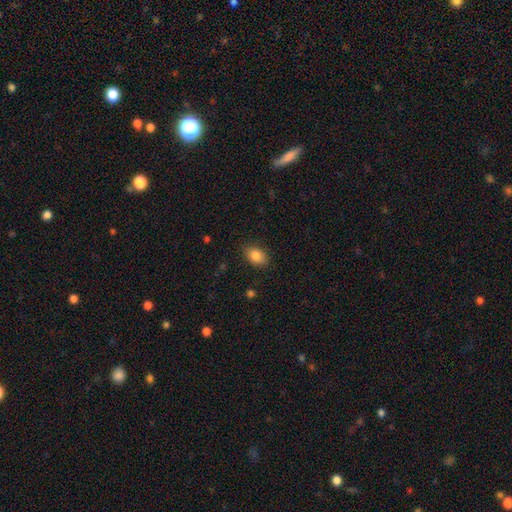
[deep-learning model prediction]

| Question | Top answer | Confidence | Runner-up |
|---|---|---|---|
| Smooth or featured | smooth | 86% | star or artifact (8%) |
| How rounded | in between | 84% | round (15%) |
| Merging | none | 86% | minor disturbance (10%) |